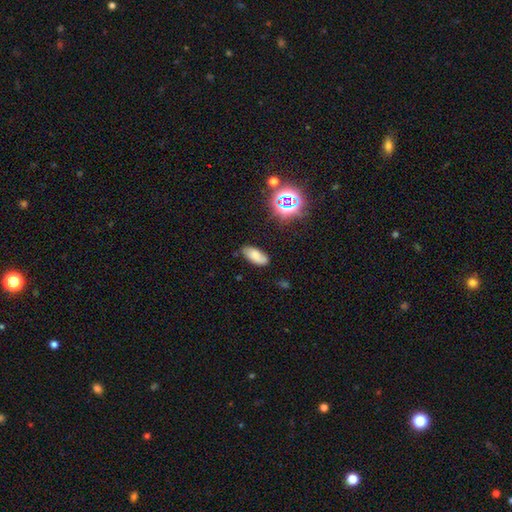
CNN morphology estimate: smooth 64%, featured or disk 21%, star or artifact 15%. Down the decision tree: how rounded — in between (87%); merging — none (74%).